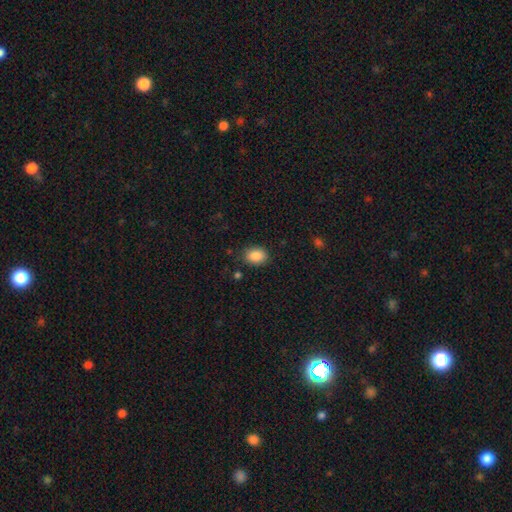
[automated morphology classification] Smooth or featured?
  - smooth: 88% *
  - star or artifact: 8%
  - featured or disk: 3%
How rounded?
  - in between: 71% *
  - round: 27%
  - cigar-shaped: 1%
Merging?
  - none: 82% *
  - minor disturbance: 13%
  - major disturbance: 3%
  - merger: 2%